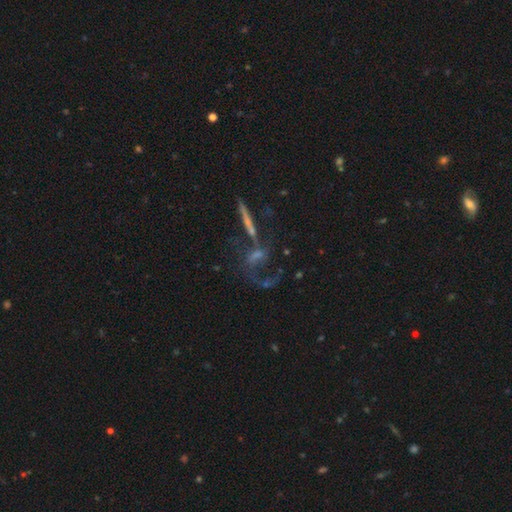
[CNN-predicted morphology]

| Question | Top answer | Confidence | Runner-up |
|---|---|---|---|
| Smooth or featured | featured or disk | 60% | star or artifact (20%) |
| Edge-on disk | no | 73% | yes (27%) |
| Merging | none | 40% | merger (27%) |